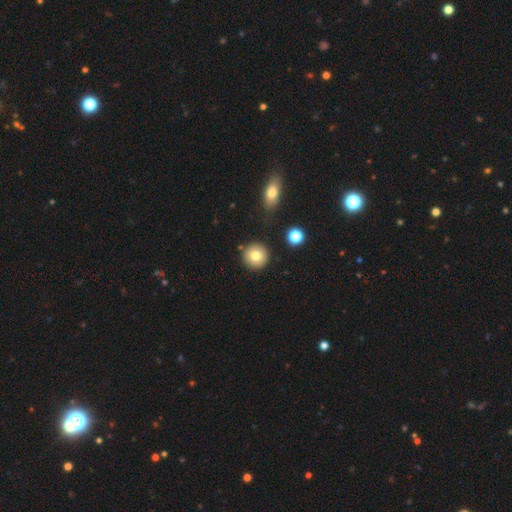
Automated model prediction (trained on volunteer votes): This is likely a smooth galaxy (80%). How rounded: clearly round (95%). Merging: clearly none (87%).